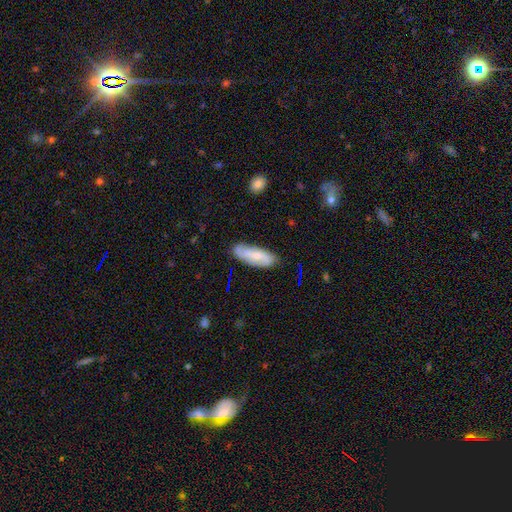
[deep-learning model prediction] Smooth or featured: smooth — 51% (featured or disk — 42%)
How rounded: in between — 55% (cigar-shaped — 42%)
Merging: none — 78% (minor disturbance — 17%)